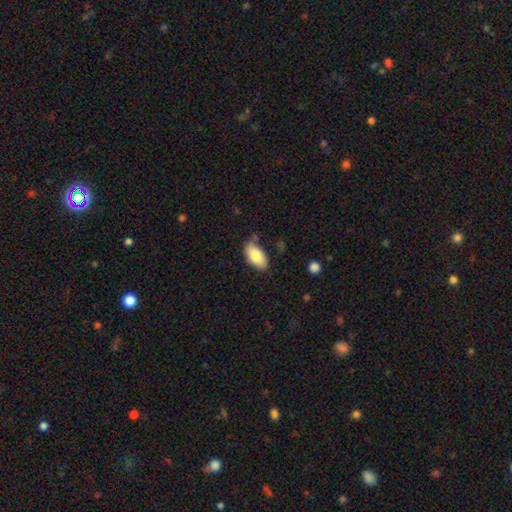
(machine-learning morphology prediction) This appears to be a smooth galaxy with no disk features (81%) that is in between round and cigar-shaped (95%). Merging: none (71%).